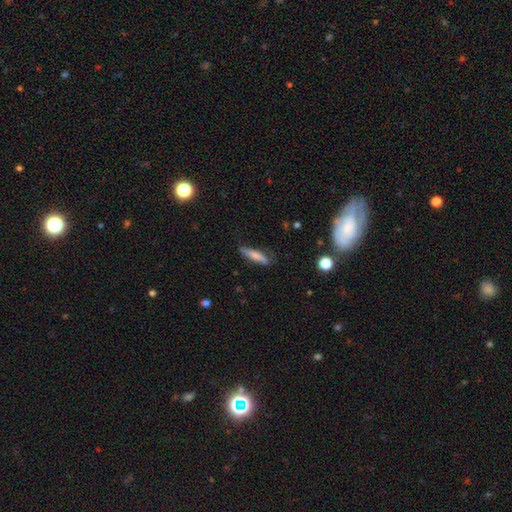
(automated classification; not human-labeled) Smooth or featured: smooth — 72% (featured or disk — 21%)
How rounded: cigar-shaped — 79% (in between — 20%)
Merging: none — 77% (minor disturbance — 18%)